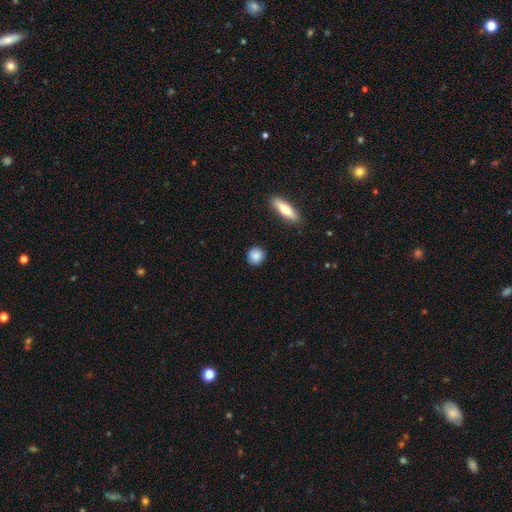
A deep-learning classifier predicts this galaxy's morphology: A smooth galaxy with no disk features (87%) that is round (85%). Merging: none (89%).